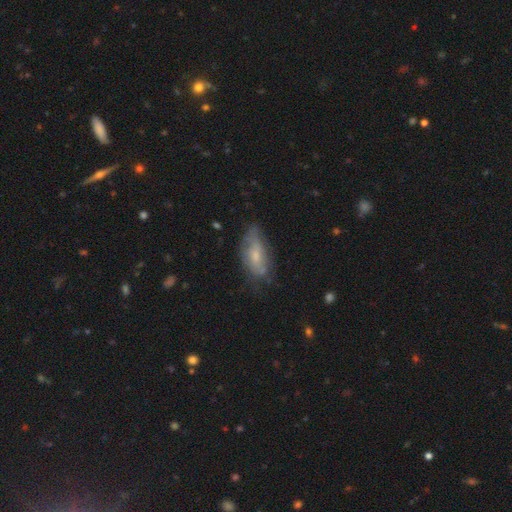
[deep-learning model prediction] Q: Smooth or featured?
A: smooth (51%); runner-up: featured or disk (41%)
Q: How rounded?
A: in between (83%); runner-up: cigar-shaped (14%)
Q: Merging?
A: none (58%); runner-up: minor disturbance (29%)